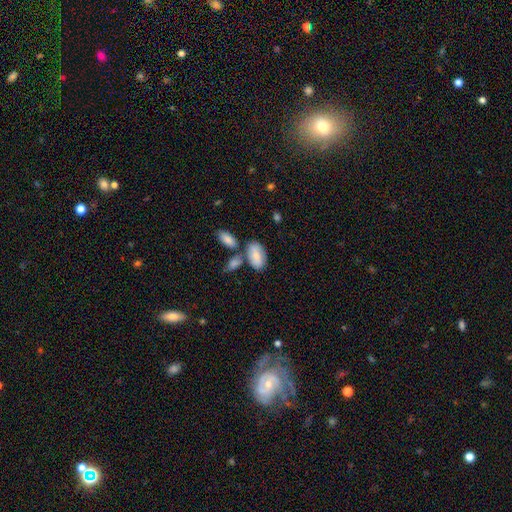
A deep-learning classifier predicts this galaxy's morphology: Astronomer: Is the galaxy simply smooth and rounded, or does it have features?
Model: smooth — 76%.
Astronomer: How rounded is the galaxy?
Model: in between — 93%.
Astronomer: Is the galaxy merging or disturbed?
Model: none — 54%.